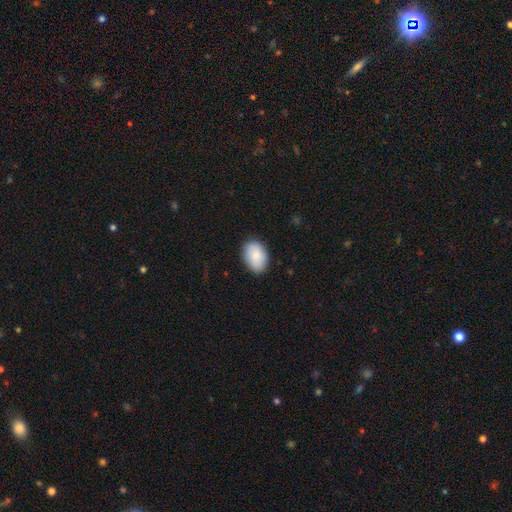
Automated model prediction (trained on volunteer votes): Smooth or featured? smooth (86%)
How rounded? in between (86%)
Merging? none (86%)